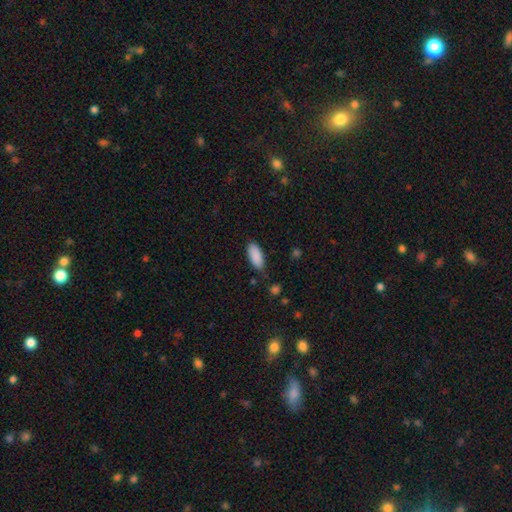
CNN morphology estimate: This appears to be a smooth galaxy with no disk features (90%) that is in between round and cigar-shaped (85%). Merging: none (78%).